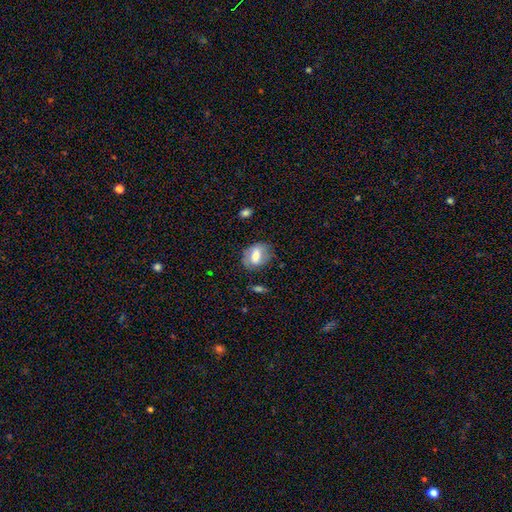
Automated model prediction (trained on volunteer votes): Smooth or featured? smooth (57%)
How rounded? in between (72%)
Merging? none (68%)